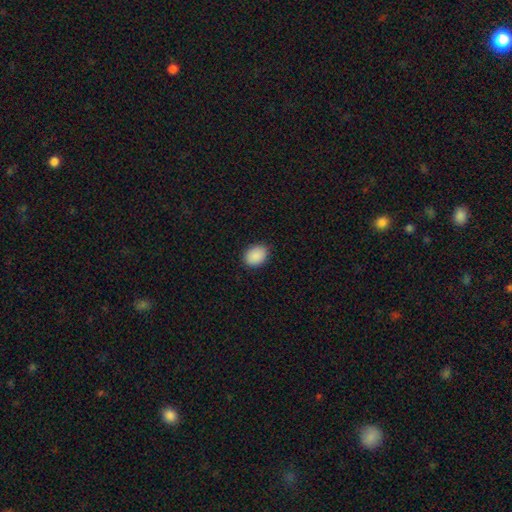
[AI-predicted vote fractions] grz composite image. It shows a smooth galaxy with no disk features (90%) that is in between round and cigar-shaped (66%). Merging: none (87%).